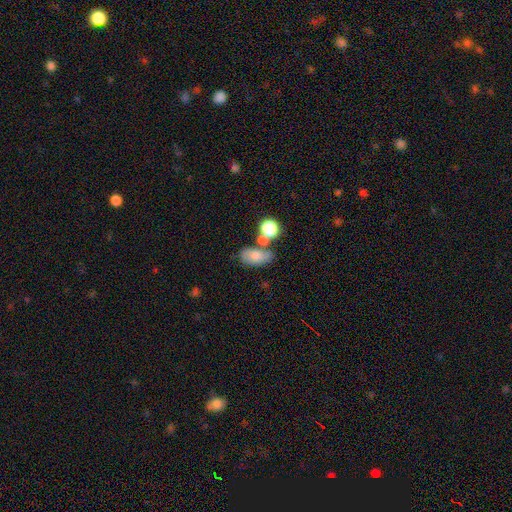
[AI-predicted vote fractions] Overall: smooth (74%). How rounded: in between (85%). Merging: none (46%; merger 30%).